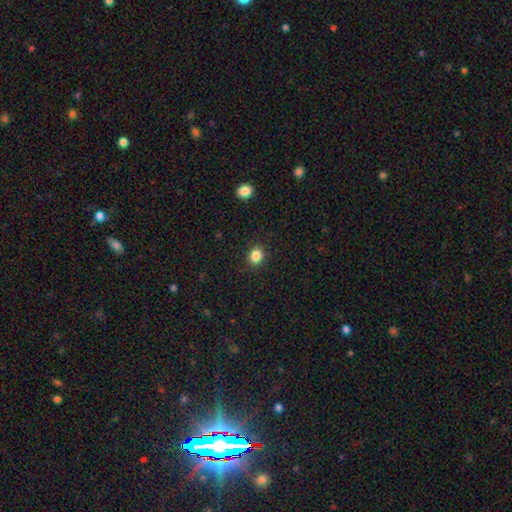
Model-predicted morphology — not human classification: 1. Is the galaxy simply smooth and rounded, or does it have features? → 84% smooth, 11% star or artifact, 5% featured or disk.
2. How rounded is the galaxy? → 65% round, 34% in between, 1% cigar-shaped.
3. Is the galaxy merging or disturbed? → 90% none, 7% minor disturbance, 2% major disturbance, 1% merger.